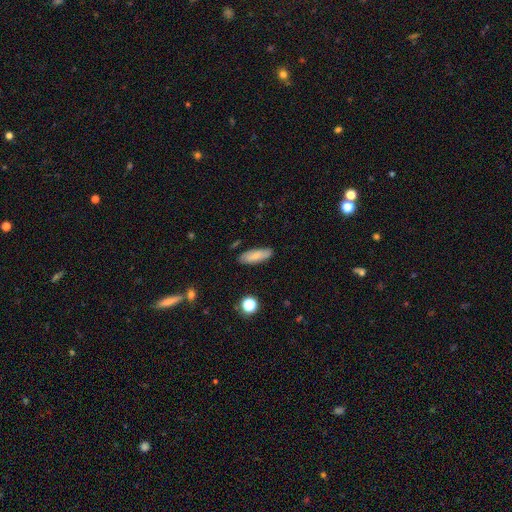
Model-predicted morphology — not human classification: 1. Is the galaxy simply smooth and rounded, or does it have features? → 78% smooth, 15% featured or disk, 7% star or artifact.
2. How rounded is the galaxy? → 58% in between, 39% cigar-shaped, 2% round.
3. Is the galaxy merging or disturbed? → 84% none, 12% minor disturbance, 2% major disturbance, 2% merger.